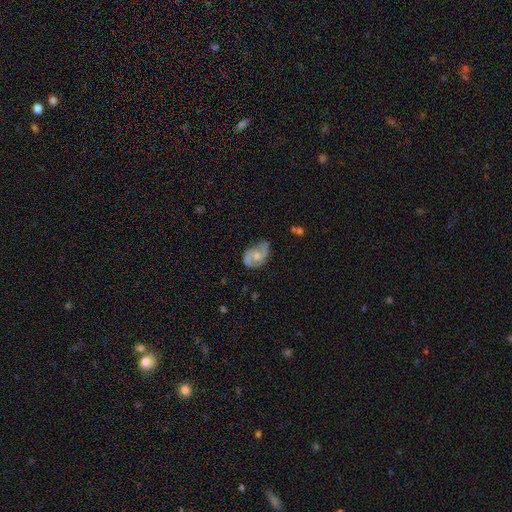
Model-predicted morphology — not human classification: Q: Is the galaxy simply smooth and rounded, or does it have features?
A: featured or disk — 73%.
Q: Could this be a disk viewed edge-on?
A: no — 97%.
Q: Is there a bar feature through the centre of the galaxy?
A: no — 61%.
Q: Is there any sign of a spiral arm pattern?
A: yes — 90%.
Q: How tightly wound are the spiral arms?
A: medium — 49%.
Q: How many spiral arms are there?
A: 2 — 87%.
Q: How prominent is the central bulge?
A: moderate — 56%.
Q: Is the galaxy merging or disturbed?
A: none — 63%.